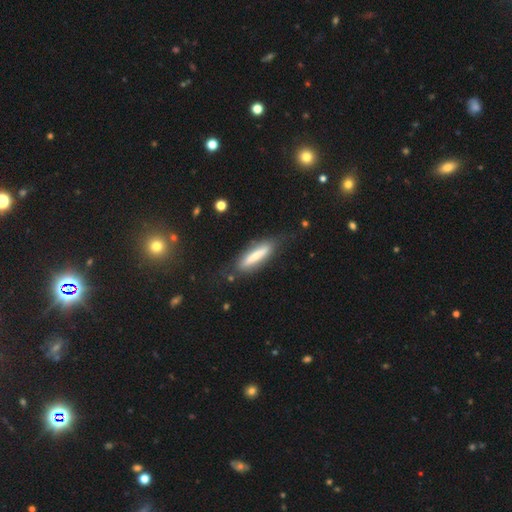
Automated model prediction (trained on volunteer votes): smooth_or_featured: smooth (p=0.57) [alt: featured or disk p=0.37]
how_rounded: cigar-shaped (p=0.74) [alt: in between p=0.24]
merging: none (p=0.75) [alt: minor disturbance p=0.16]